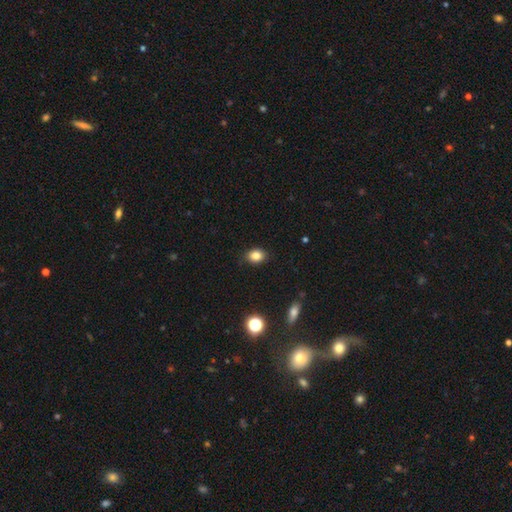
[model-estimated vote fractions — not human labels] A smooth galaxy with no disk features (83%) that is in between round and cigar-shaped (63%). Merging: none (85%).